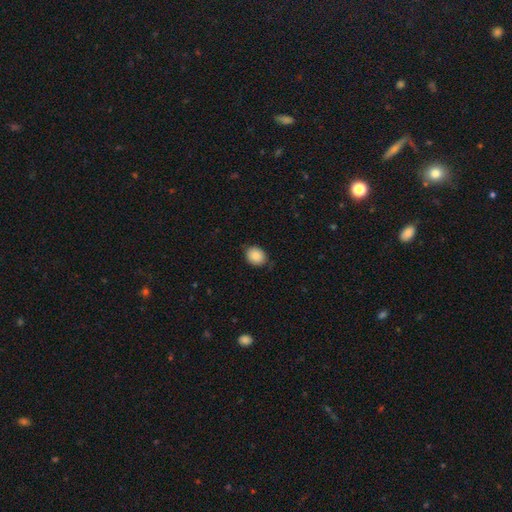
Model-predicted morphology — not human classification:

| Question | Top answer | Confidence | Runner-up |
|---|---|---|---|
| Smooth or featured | smooth | 86% | star or artifact (8%) |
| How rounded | round | 56% | in between (43%) |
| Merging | none | 76% | minor disturbance (19%) |